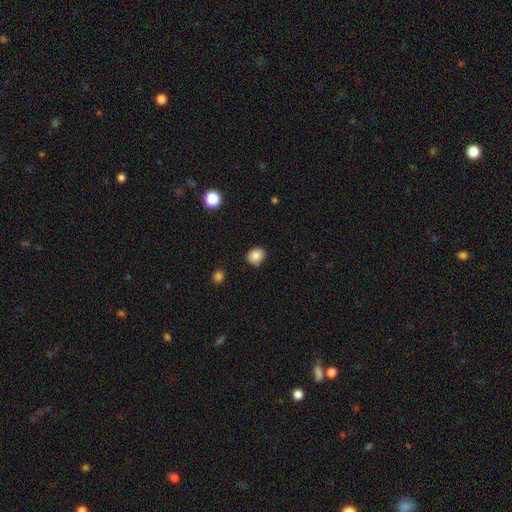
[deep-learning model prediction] The model was most divided on "how rounded": round: 65%, in between: 34%, cigar-shaped: 1%. More confident: smooth or featured — smooth (85%); merging — none (82%).